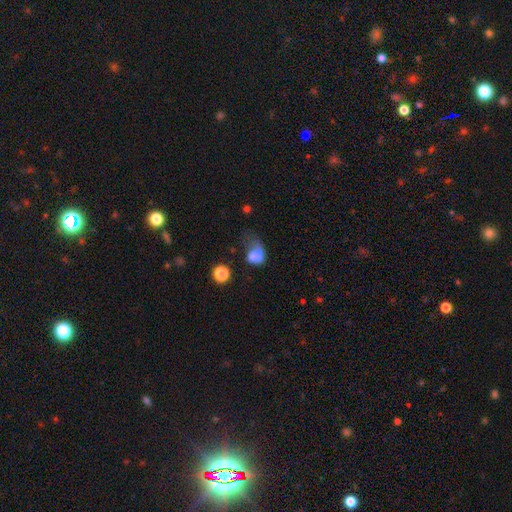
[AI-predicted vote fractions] A smooth galaxy with no disk features (73%) that is in between round and cigar-shaped (65%).

Vote fractions:
- Smooth or featured? smooth: 73% / featured or disk: 16% / star or artifact: 11%
- How rounded? in between: 65% / round: 33% / cigar-shaped: 2%
- Merging? major disturbance: 53% / minor disturbance: 21% / none: 16% / merger: 9%